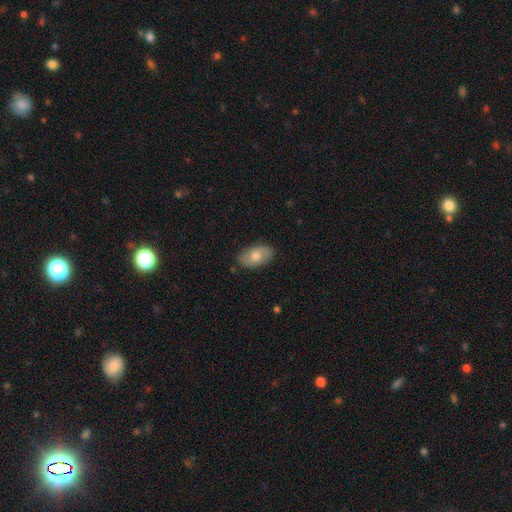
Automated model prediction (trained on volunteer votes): A smooth galaxy with no disk features (68%) that is in between round and cigar-shaped (93%). Merging: none (85%).